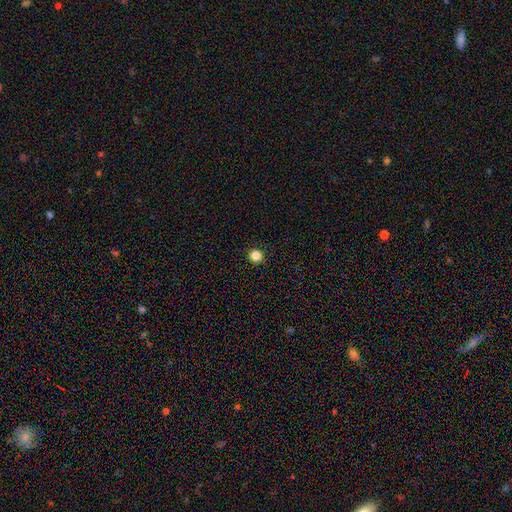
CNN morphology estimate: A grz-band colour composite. It shows a smooth galaxy with no disk features (84%) that is round (94%). Merging: none (94%).